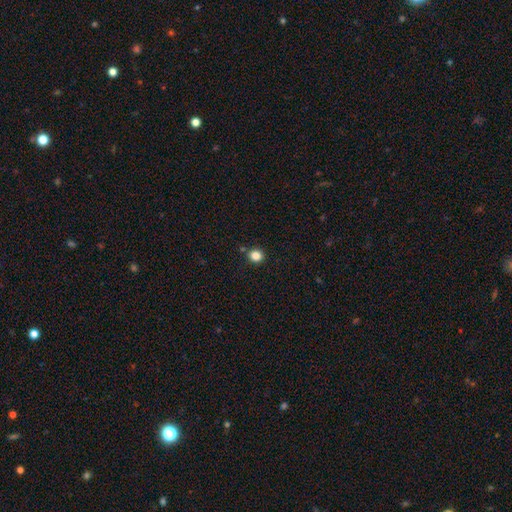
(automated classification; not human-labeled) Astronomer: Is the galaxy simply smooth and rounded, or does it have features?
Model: smooth — 83%.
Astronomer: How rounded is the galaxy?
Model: round — 84%.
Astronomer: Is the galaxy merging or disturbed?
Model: none — 84%.